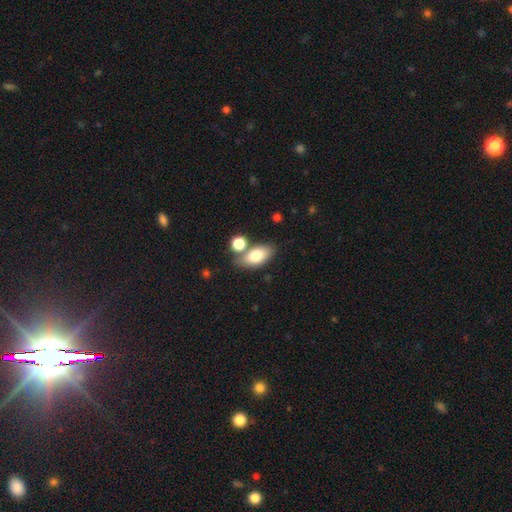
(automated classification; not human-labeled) A smooth galaxy with no disk features (76%) that is in between round and cigar-shaped (87%). Merging: none (63%).